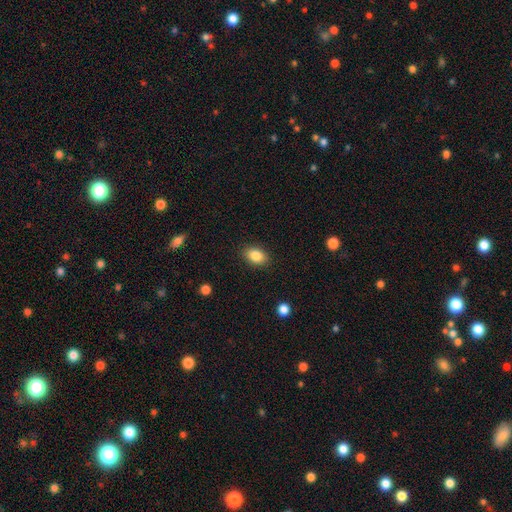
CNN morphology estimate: Smooth or featured? Predicted: smooth (p=0.86). How rounded? Predicted: in between (p=0.83). Merging? Predicted: none (p=0.88).